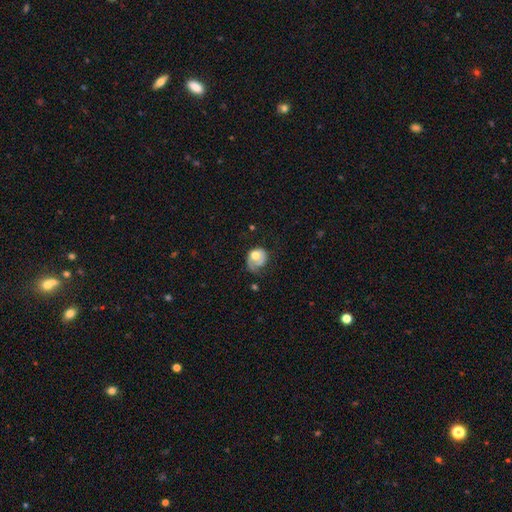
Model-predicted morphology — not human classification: A smooth galaxy with no disk features (57%) that is round (57%).

Vote fractions:
- Smooth or featured? smooth: 57% / featured or disk: 36% / star or artifact: 7%
- How rounded? round: 57% / in between: 42% / cigar-shaped: 1%
- Merging? major disturbance: 33% / minor disturbance: 32% / none: 32% / merger: 3%